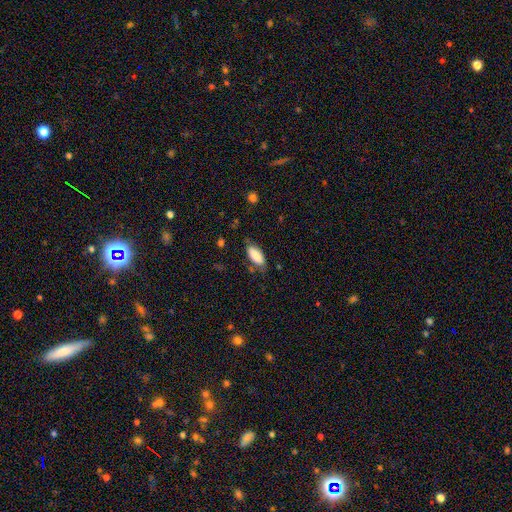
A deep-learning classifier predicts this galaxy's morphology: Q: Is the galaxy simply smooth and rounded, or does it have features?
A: smooth — 85%.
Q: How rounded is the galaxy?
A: in between — 86%.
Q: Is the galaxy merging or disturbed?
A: none — 71%.